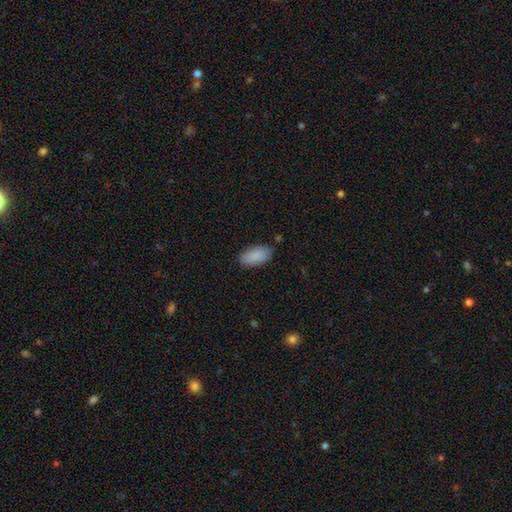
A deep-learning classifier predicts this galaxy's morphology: Smooth or featured? smooth (89%)
How rounded? in between (93%)
Merging? none (83%)